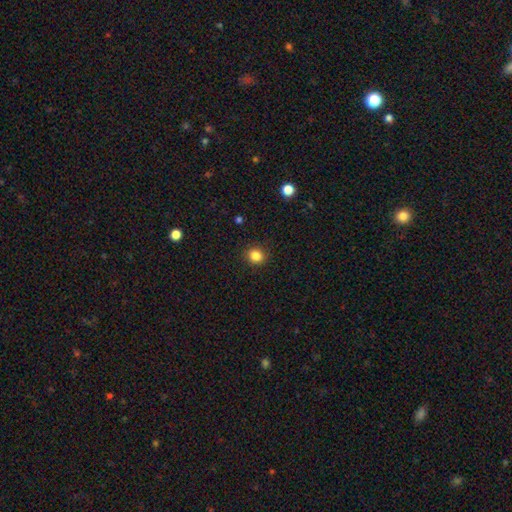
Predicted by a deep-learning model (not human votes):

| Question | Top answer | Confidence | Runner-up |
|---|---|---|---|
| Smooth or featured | smooth | 84% | star or artifact (12%) |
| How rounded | round | 81% | in between (18%) |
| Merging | none | 90% | minor disturbance (7%) |